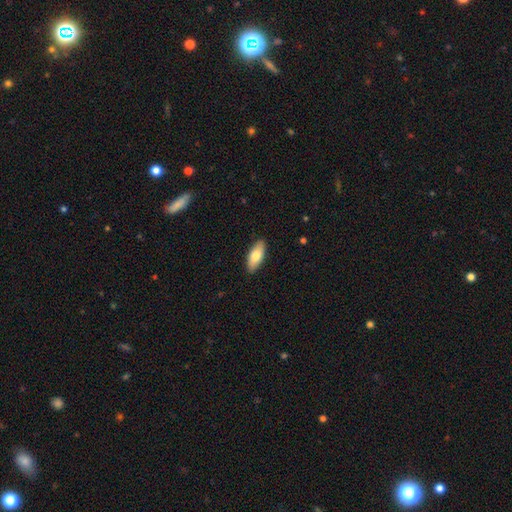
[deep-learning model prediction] smooth_or_featured: smooth (p=0.79) [alt: featured or disk p=0.16]
how_rounded: in between (p=0.80) [alt: cigar-shaped p=0.18]
merging: none (p=0.90) [alt: minor disturbance p=0.08]